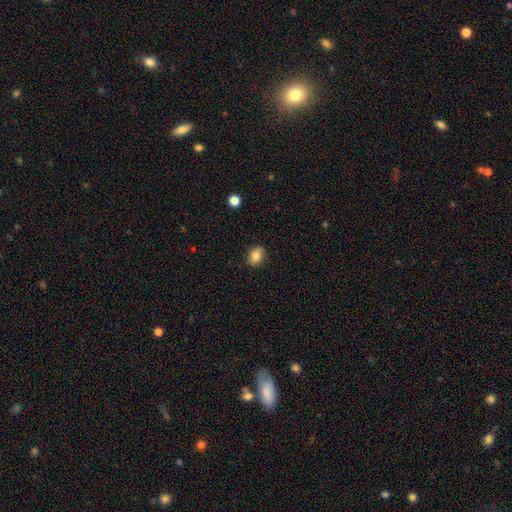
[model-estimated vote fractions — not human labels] smooth 84%, star or artifact 9%, featured or disk 7%. Down the decision tree: how rounded — in between (62%); merging — none (87%).